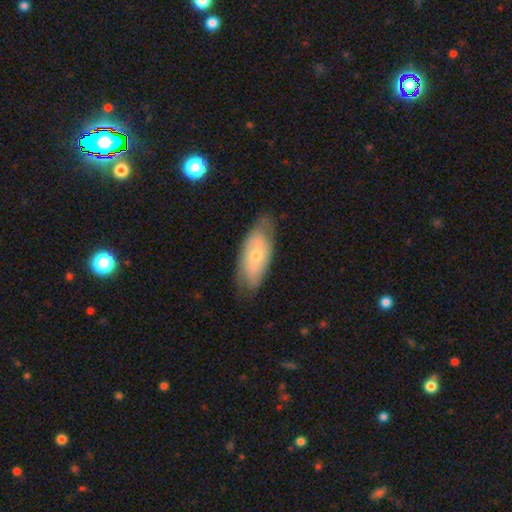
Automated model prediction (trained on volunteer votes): Smooth or featured? Predicted: featured or disk (p=0.56). Edge-on disk? Predicted: no (p=0.85). Merging? Predicted: none (p=0.72).